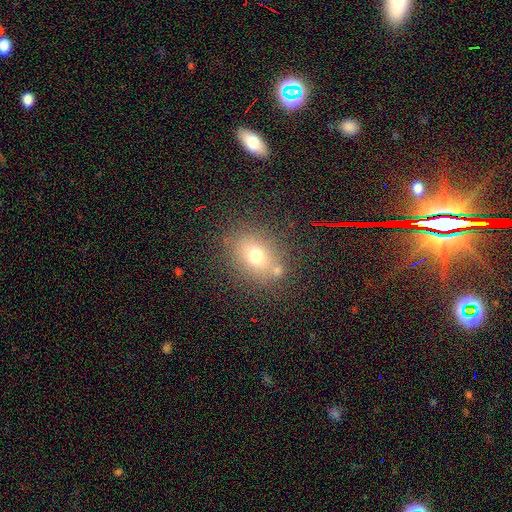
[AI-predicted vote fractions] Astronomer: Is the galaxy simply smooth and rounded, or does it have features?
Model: smooth — 69%.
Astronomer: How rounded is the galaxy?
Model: in between — 55% (runner-up: round, 43%).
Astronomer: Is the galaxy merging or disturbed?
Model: none — 72%.